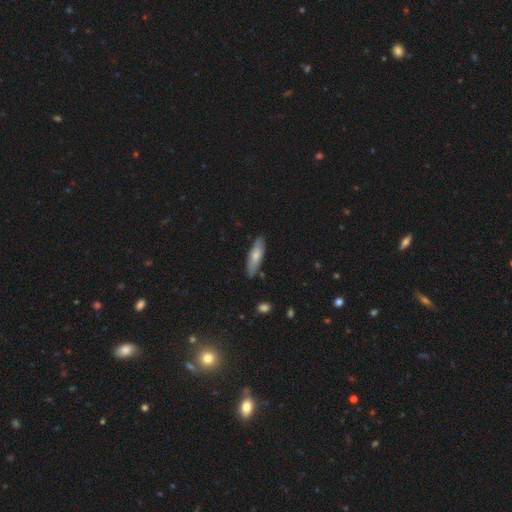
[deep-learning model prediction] A smooth galaxy with no disk features (68%) that is cigar-shaped (56%). Merging: none (83%).